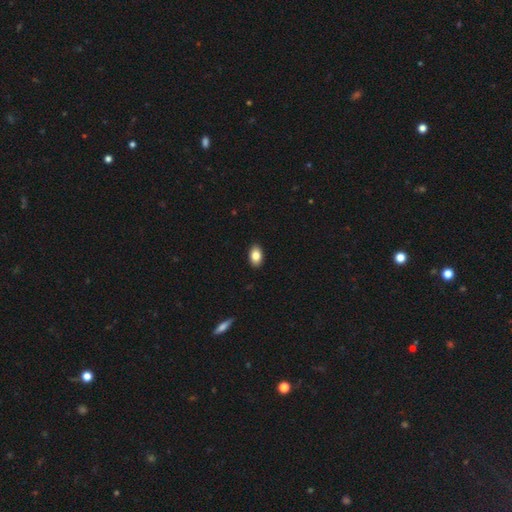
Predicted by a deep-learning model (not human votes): smooth-or-featured: smooth: 84% | star or artifact: 8% | featured or disk: 8%
  how-rounded: in between: 90% | round: 8% | cigar-shaped: 2%
  merging: none: 90% | minor disturbance: 7% | major disturbance: 2% | merger: 1%